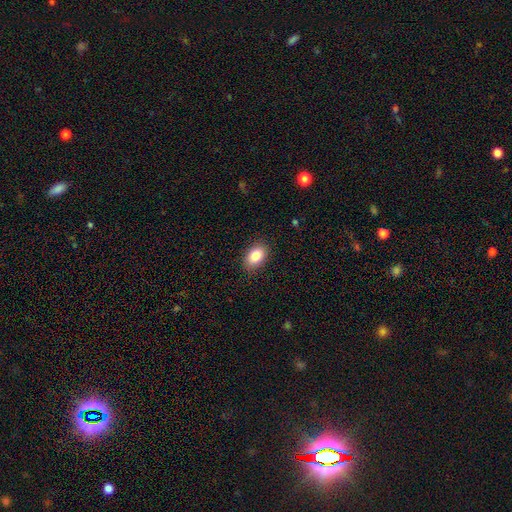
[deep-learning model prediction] smooth_or_featured: smooth (p=0.84) [alt: star or artifact p=0.08]
how_rounded: in between (p=0.84) [alt: round p=0.15]
merging: none (p=0.88) [alt: minor disturbance p=0.09]